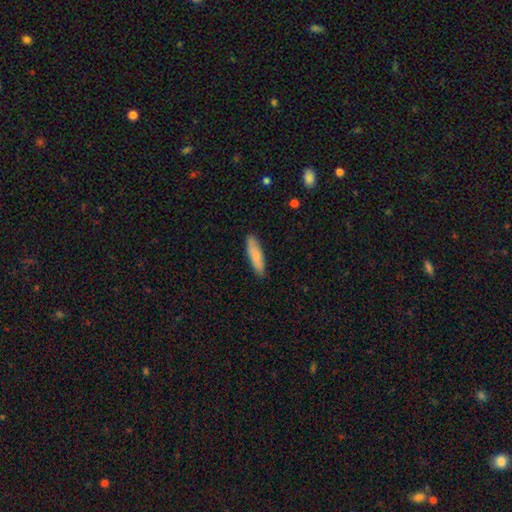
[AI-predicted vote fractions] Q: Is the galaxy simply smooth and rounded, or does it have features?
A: smooth — 80%.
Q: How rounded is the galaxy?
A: cigar-shaped — 67%.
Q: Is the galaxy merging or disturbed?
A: none — 87%.